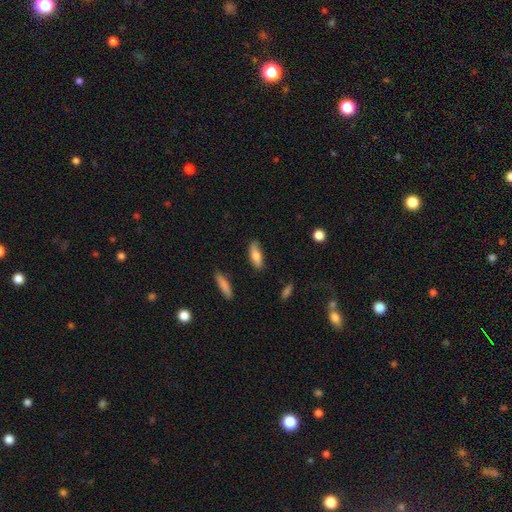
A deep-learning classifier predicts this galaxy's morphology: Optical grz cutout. It shows a smooth galaxy with no disk features (72%) that is in between round and cigar-shaped (57%). Merging: none (78%).